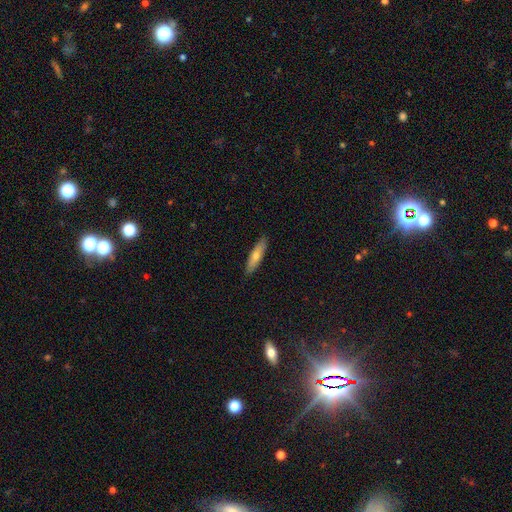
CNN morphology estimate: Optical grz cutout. It shows a smooth galaxy with no disk features (62%) that is cigar-shaped (77%). Merging: none (89%).